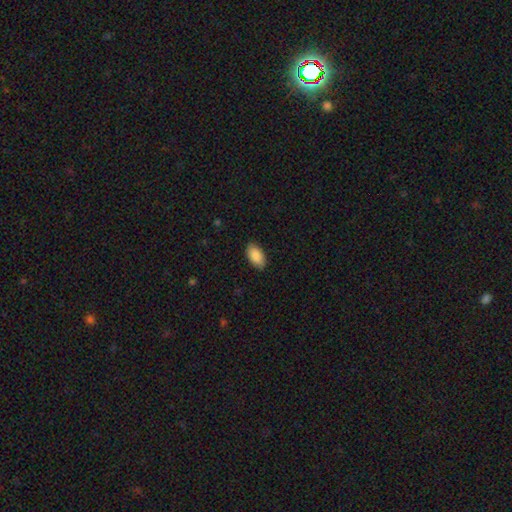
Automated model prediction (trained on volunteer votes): Smooth or featured? smooth (90%)
How rounded? in between (95%)
Merging? none (88%)